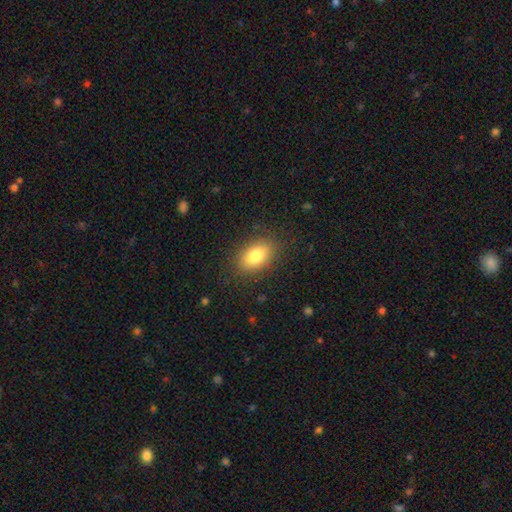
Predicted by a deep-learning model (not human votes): smooth_or_featured: smooth (p=0.82) [alt: featured or disk p=0.10]
how_rounded: in between (p=0.87) [alt: round p=0.12]
merging: none (p=0.85) [alt: minor disturbance p=0.11]